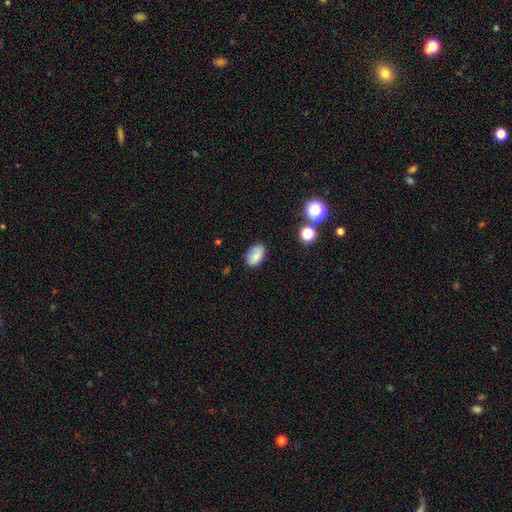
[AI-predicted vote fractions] Smooth or featured? smooth (81%)
How rounded? in between (90%)
Merging? none (78%)